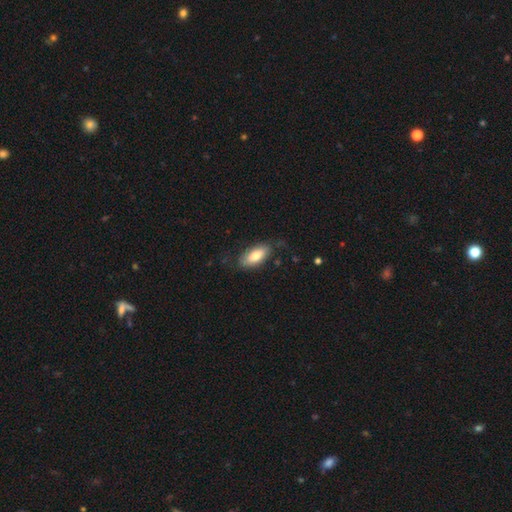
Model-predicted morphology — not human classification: This appears to be a smooth galaxy with no disk features (77%) that is in between round and cigar-shaped (85%). Merging: none (74%).